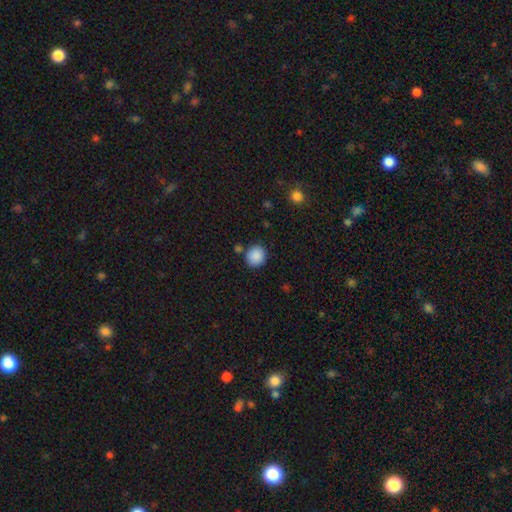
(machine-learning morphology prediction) This is clearly a smooth galaxy (89%). How rounded: clearly round (86%). Merging: clearly none (83%).